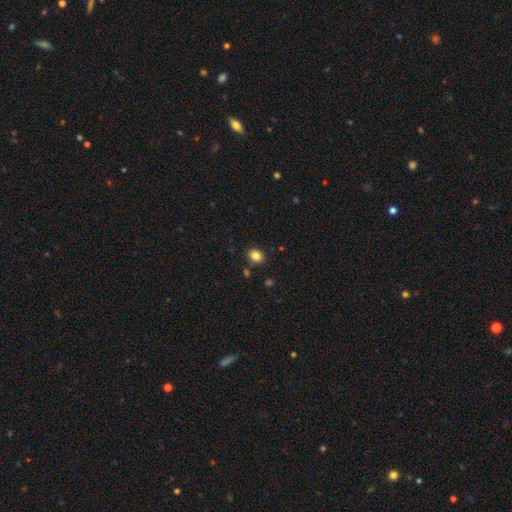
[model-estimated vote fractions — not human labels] smooth_or_featured: smooth (p=0.84) [alt: star or artifact p=0.11]
how_rounded: round (p=0.58) [alt: in between p=0.41]
merging: none (p=0.86) [alt: minor disturbance p=0.09]